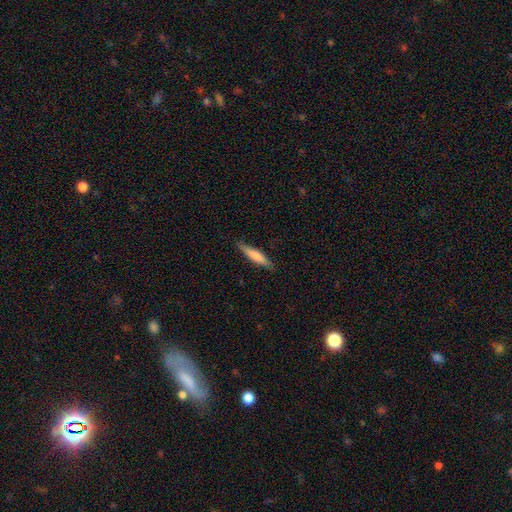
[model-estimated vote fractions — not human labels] A smooth galaxy with no disk features (69%) that is cigar-shaped (86%). Merging: none (84%).